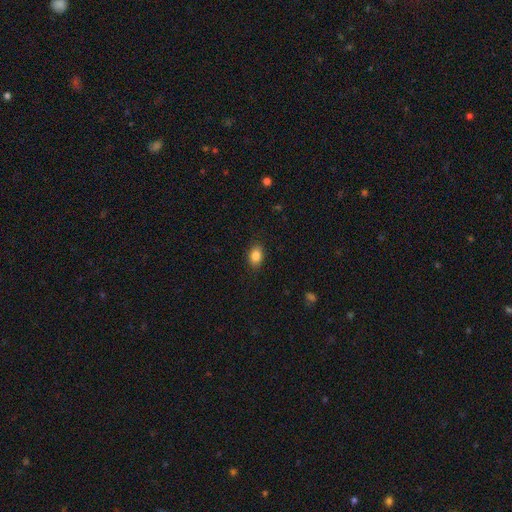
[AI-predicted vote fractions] Smooth or featured? Predicted: smooth (p=0.85). How rounded? Predicted: in between (p=0.78). Merging? Predicted: none (p=0.86).